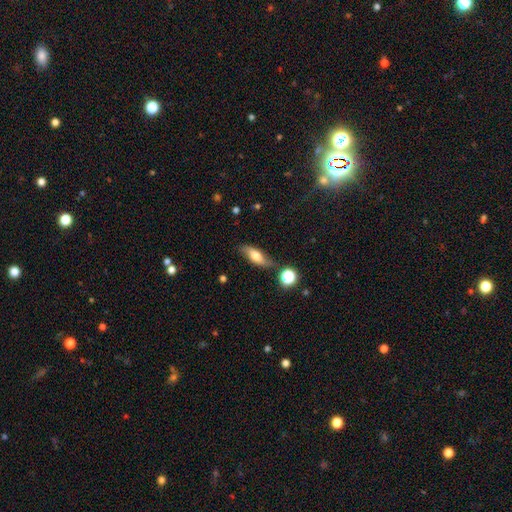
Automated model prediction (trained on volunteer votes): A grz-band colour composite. It shows a smooth galaxy with no disk features (52%) that is in between round and cigar-shaped (61%). Merging: none (70%).